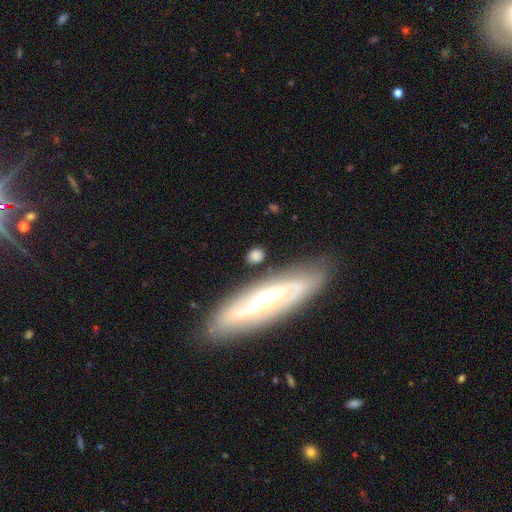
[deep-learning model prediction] smooth-or-featured: featured or disk: 48% | smooth: 45% | star or artifact: 7%
  merging: none: 76% | minor disturbance: 14% | major disturbance: 5% | merger: 5%